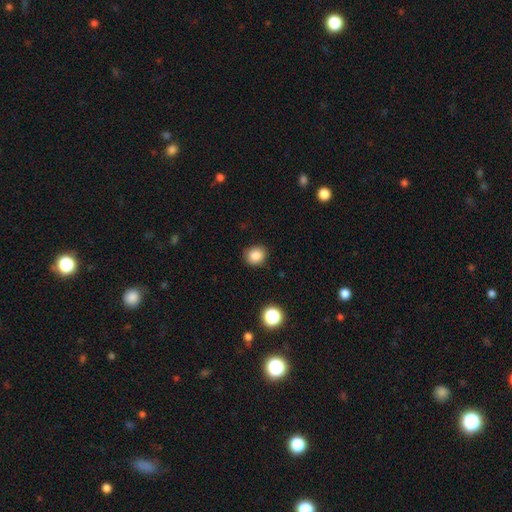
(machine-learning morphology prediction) Smooth or featured? Predicted: smooth (p=0.85). How rounded? Predicted: round (p=0.74). Merging? Predicted: none (p=0.87).